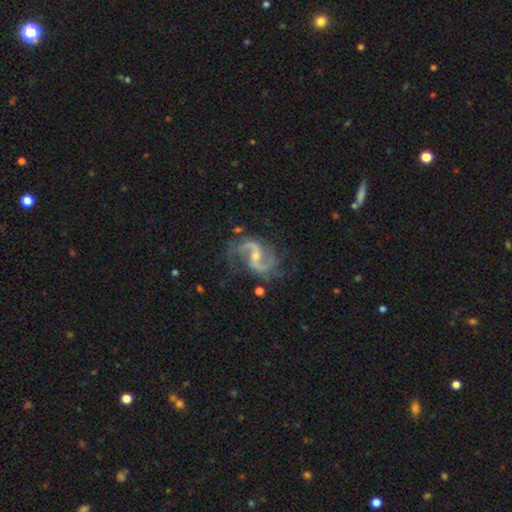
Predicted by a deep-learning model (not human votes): A featured or disk galaxy (92%) with a weak bar (52%), 2 (92%) medium (48%) spiral arms (98%) and a small central bulge (57%).

Vote fractions:
- Smooth or featured? featured or disk: 92% / star or artifact: 5% / smooth: 3%
- Edge-on disk? no: 98% / yes: 2%
- Bar? weak: 52% / no: 27% / strong: 21%
- Spiral arms? yes: 98% / no: 2%
- Spiral winding? medium: 48% / loose: 42% / tight: 9%
- Spiral arm count? 2: 92% / can't tell: 2% / 3: 2% / 1: 2% / 4: 1% / more than 4: 1%
- Bulge size? small: 57% / moderate: 35% / none: 5% / large: 1% / dominant: 1%
- Merging? none: 70% / minor disturbance: 18% / major disturbance: 9% / merger: 2%